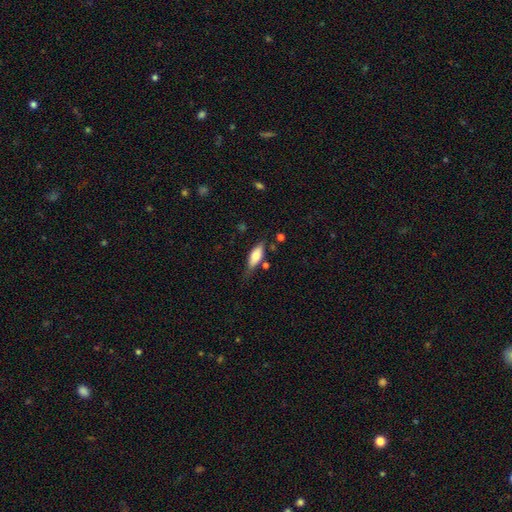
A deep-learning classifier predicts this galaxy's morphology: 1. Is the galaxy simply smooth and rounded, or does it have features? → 70% smooth, 23% featured or disk, 7% star or artifact.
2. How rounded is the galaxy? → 70% in between, 27% cigar-shaped, 2% round.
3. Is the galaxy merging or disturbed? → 66% none, 22% minor disturbance, 6% merger, 6% major disturbance.